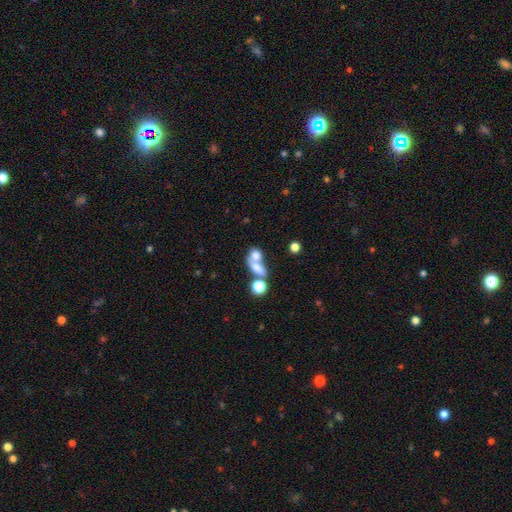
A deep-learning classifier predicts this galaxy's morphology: Smooth or featured? Predicted: smooth (p=0.66). How rounded? Predicted: in between (p=0.61). Merging? Predicted: merger (p=0.63).